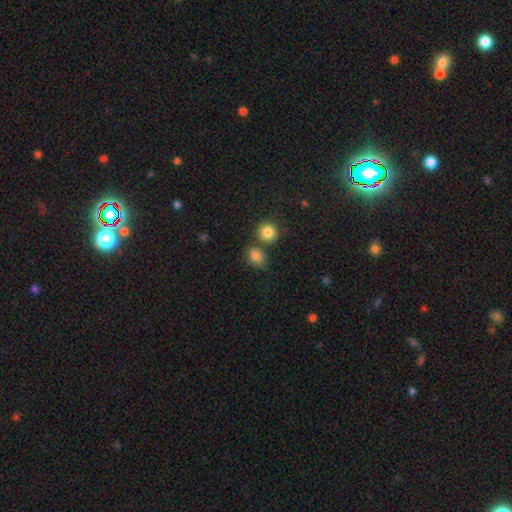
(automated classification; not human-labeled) smooth-or-featured: smooth: 83% | star or artifact: 11% | featured or disk: 6%
  how-rounded: in between: 53% | round: 46% | cigar-shaped: 1%
  merging: none: 63% | merger: 18% | minor disturbance: 14% | major disturbance: 4%